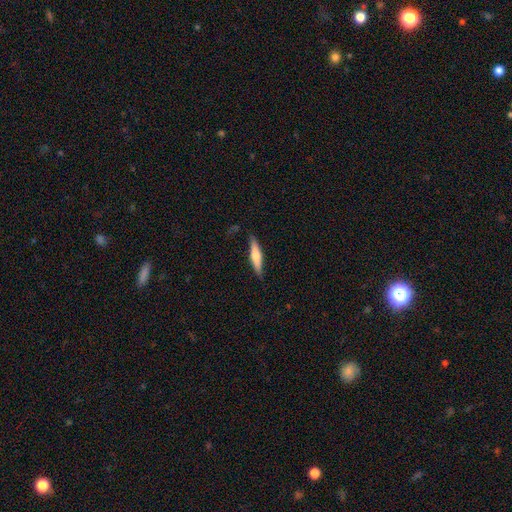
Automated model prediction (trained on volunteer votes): This is possibly a smooth galaxy (53%). How rounded: clearly cigar-shaped (85%). Merging: clearly none (82%).